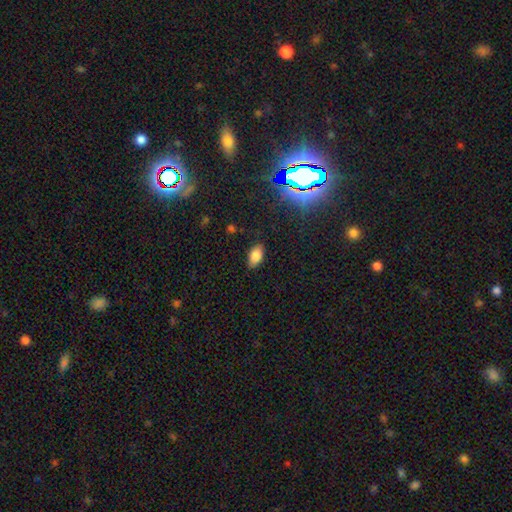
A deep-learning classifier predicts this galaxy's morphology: Smooth or featured?
  - smooth: 79% *
  - star or artifact: 11%
  - featured or disk: 10%
How rounded?
  - in between: 91% *
  - round: 6%
  - cigar-shaped: 3%
Merging?
  - none: 85% *
  - minor disturbance: 12%
  - major disturbance: 3%
  - merger: 1%